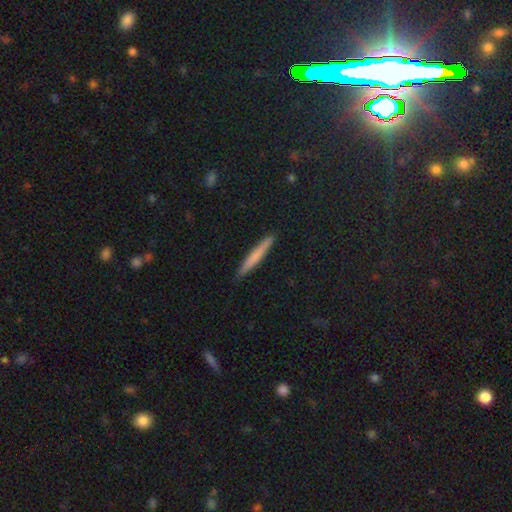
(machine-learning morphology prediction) Overall: smooth (67%). How rounded: cigar-shaped (96%). Merging: none (90%).